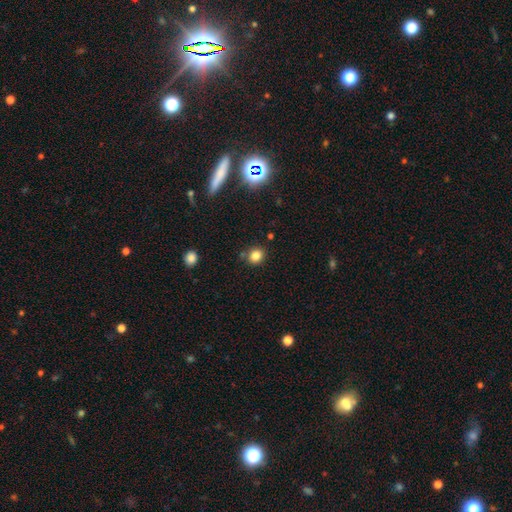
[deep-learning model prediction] Smooth or featured: smooth — 83% (star or artifact — 12%)
How rounded: round — 74% (in between — 25%)
Merging: none — 81% (minor disturbance — 11%)